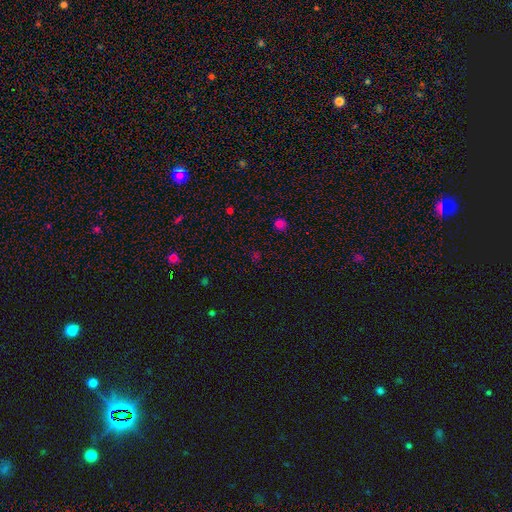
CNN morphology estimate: Smooth or featured: star or artifact — 56% (smooth — 37%)